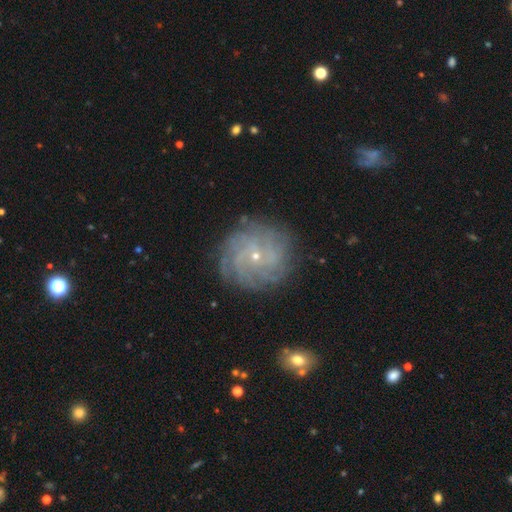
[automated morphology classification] featured or disk 76%, smooth 14%, star or artifact 10%. Down the decision tree: edge-on disk — no (97%); bar — no (73%); spiral arms — yes (93%); spiral arm count — can't tell (36%); spiral winding — tight (68%); bulge size — small (85%); merging — none (81%).